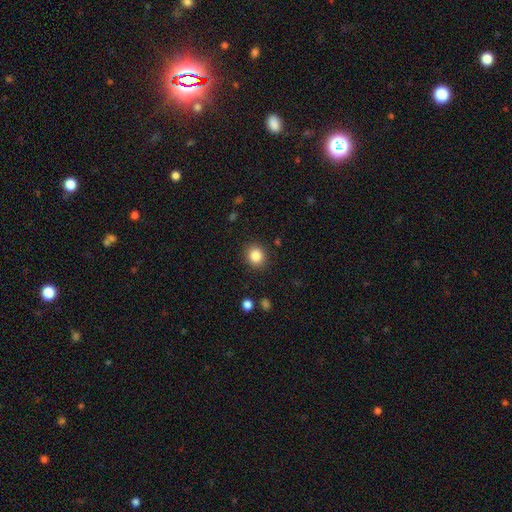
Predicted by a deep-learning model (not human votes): Smooth or featured? smooth (85%)
How rounded? round (78%)
Merging? none (88%)